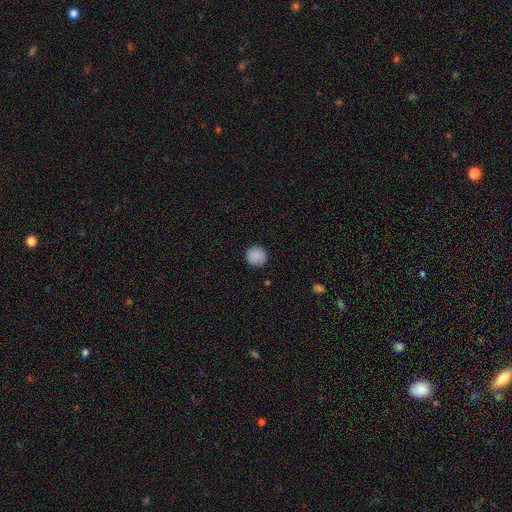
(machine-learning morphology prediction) This is clearly a smooth galaxy (88%). How rounded: clearly round (93%). Merging: clearly none (89%).